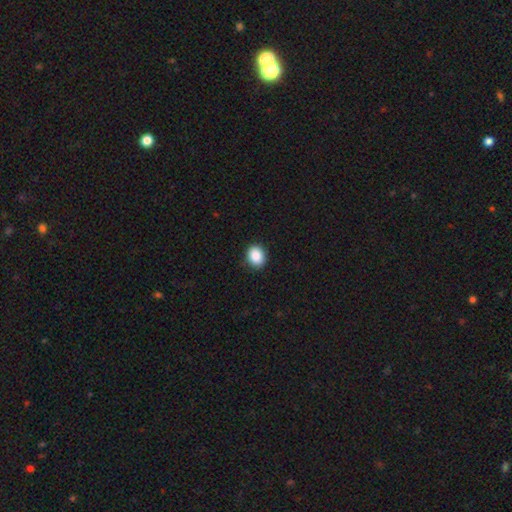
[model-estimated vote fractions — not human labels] smooth-or-featured: smooth: 88% | star or artifact: 8% | featured or disk: 4%
  how-rounded: round: 56% | in between: 43% | cigar-shaped: 1%
  merging: none: 89% | minor disturbance: 8% | major disturbance: 2% | merger: 1%